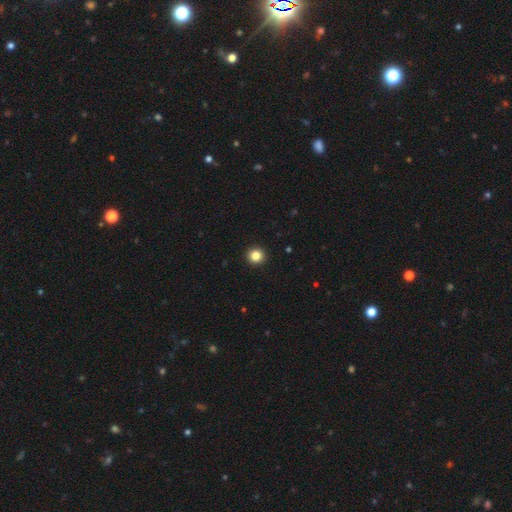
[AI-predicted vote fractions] Morphology: type=smooth (84%); roundness=round (94%); merging=none (94%).